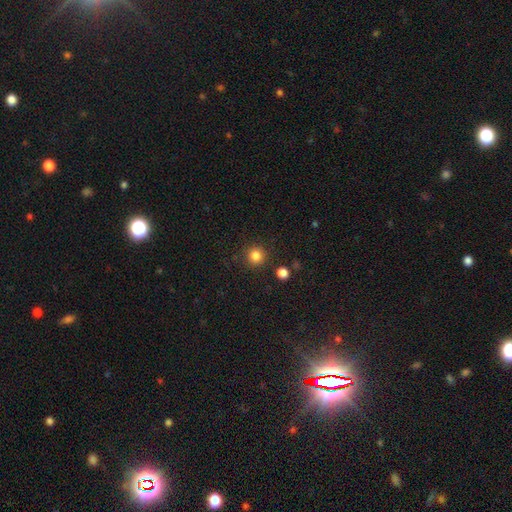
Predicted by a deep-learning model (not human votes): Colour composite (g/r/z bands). It shows a smooth galaxy with no disk features (84%) that is round (94%). Merging: none (89%).